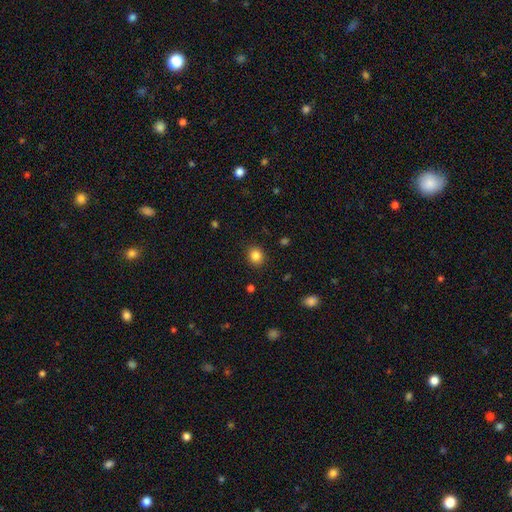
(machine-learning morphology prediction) Q: Smooth or featured?
A: smooth (84%); runner-up: star or artifact (11%)
Q: How rounded?
A: round (79%); runner-up: in between (20%)
Q: Merging?
A: none (90%); runner-up: minor disturbance (7%)